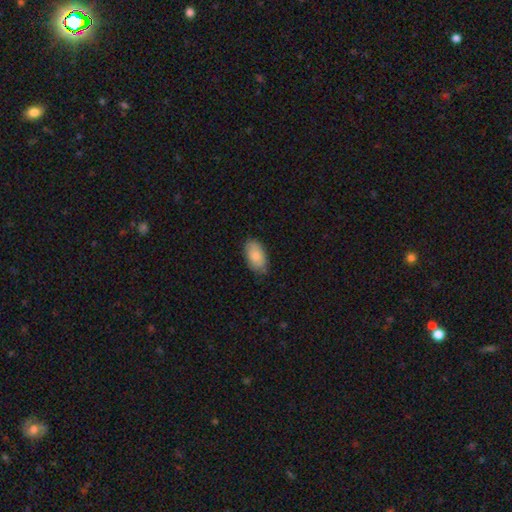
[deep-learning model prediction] A smooth galaxy with no disk features (85%) that is in between round and cigar-shaped (95%). Merging: none (78%).